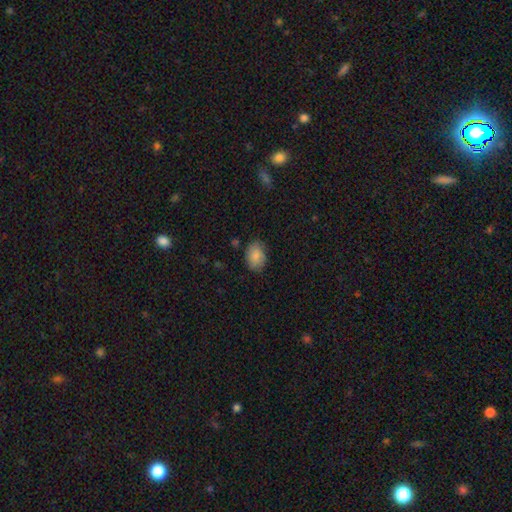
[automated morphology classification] Q: Smooth or featured?
A: smooth (84%); runner-up: featured or disk (9%)
Q: How rounded?
A: in between (79%); runner-up: round (20%)
Q: Merging?
A: none (76%); runner-up: minor disturbance (19%)